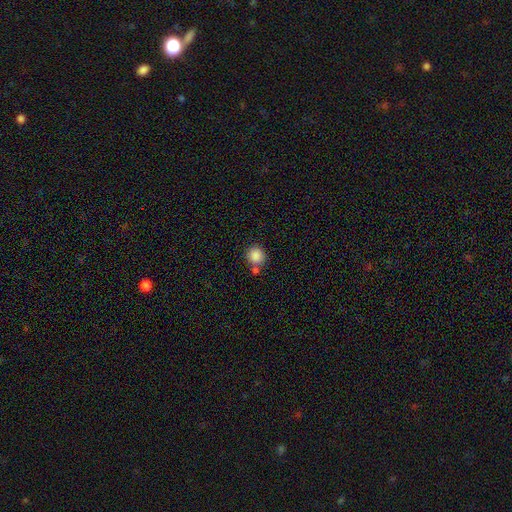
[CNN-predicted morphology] Smooth or featured?
  - smooth: 87% *
  - star or artifact: 9%
  - featured or disk: 4%
How rounded?
  - round: 88% *
  - in between: 11%
  - cigar-shaped: 1%
Merging?
  - none: 59% *
  - merger: 25%
  - minor disturbance: 12%
  - major disturbance: 4%